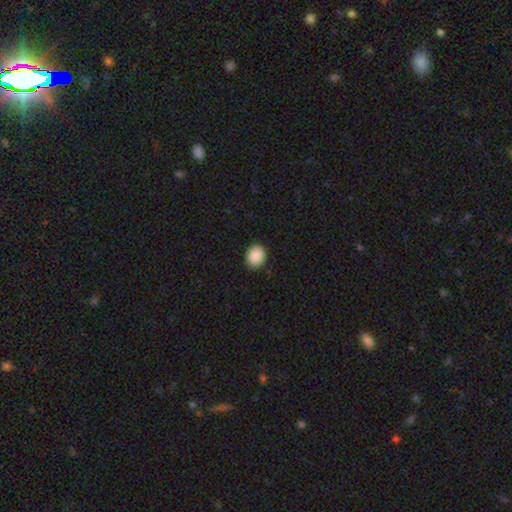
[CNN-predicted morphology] Overall: smooth (90%). How rounded: round (55%; in between 44%). Merging: none (89%).